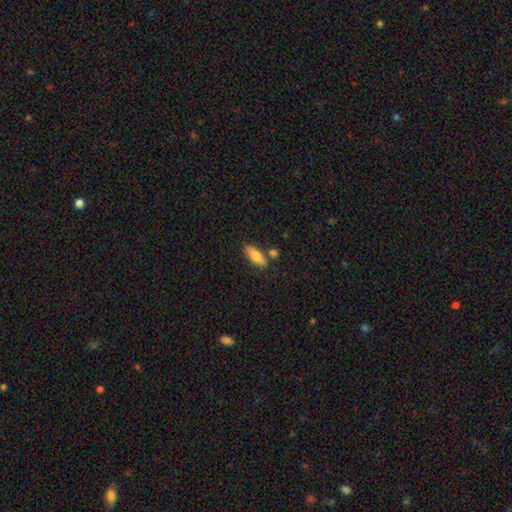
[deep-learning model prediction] The model was most divided on "how rounded": in between: 68%, cigar-shaped: 29%, round: 3%. More confident: smooth or featured — smooth (76%); merging — none (76%).